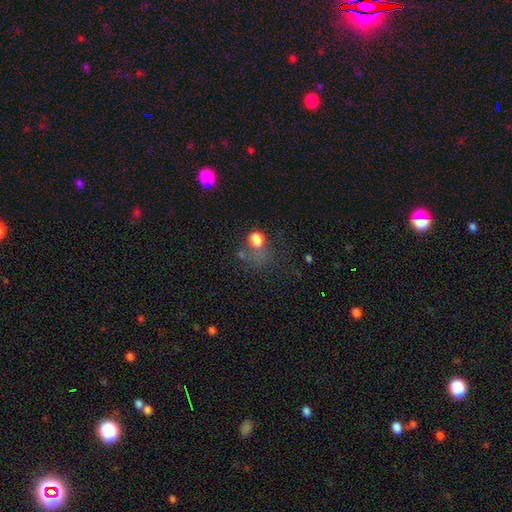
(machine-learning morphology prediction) smooth 48%, star or artifact 37%, featured or disk 15%. Down the decision tree: merging — none (49%).